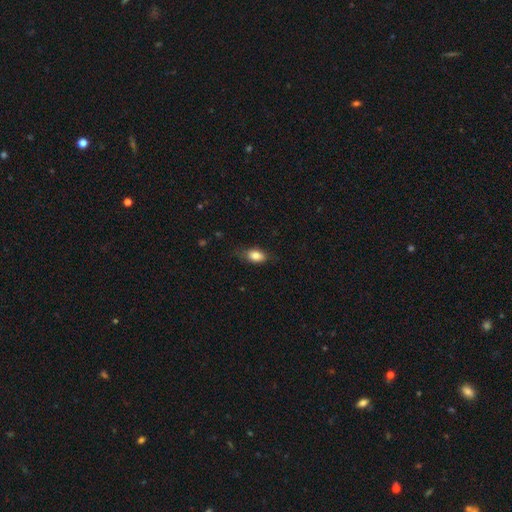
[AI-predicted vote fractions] Smooth or featured: smooth — 83% (featured or disk — 10%)
How rounded: in between — 85% (round — 11%)
Merging: none — 72% (minor disturbance — 21%)